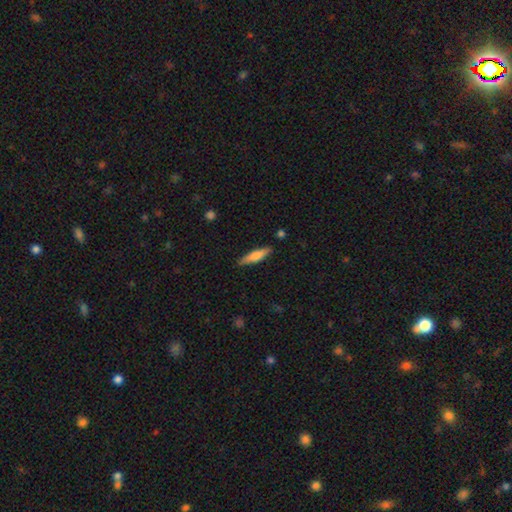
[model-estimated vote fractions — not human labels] This appears to be a smooth galaxy with no disk features (59%) that is cigar-shaped (78%). Merging: none (88%).